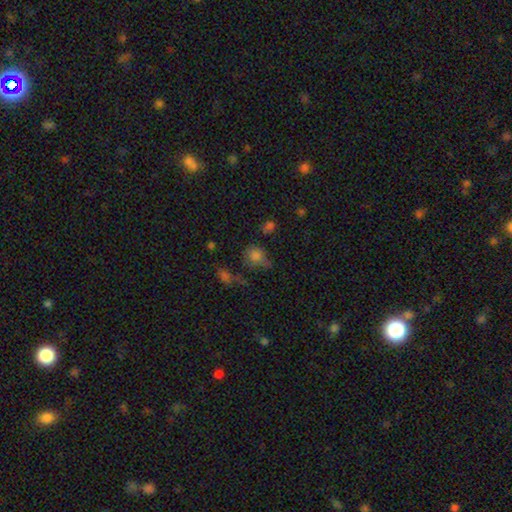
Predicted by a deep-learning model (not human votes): Smooth or featured: smooth — 71% (star or artifact — 20%)
How rounded: round — 69% (in between — 29%)
Merging: none — 49% (minor disturbance — 24%)